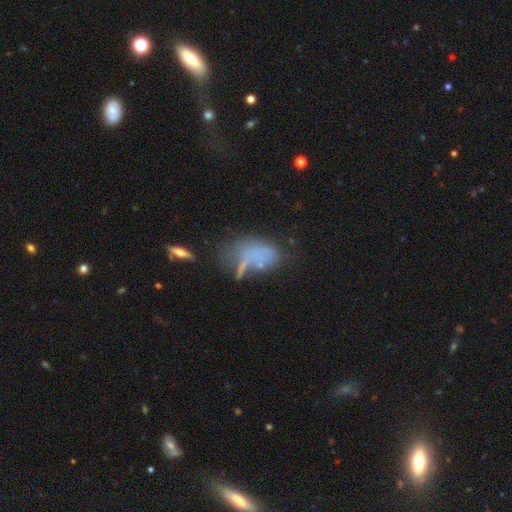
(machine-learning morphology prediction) smooth_or_featured: smooth (p=0.53) [alt: featured or disk p=0.29]
how_rounded: in between (p=0.80) [alt: round p=0.12]
merging: major disturbance (p=0.32) [alt: none p=0.29]